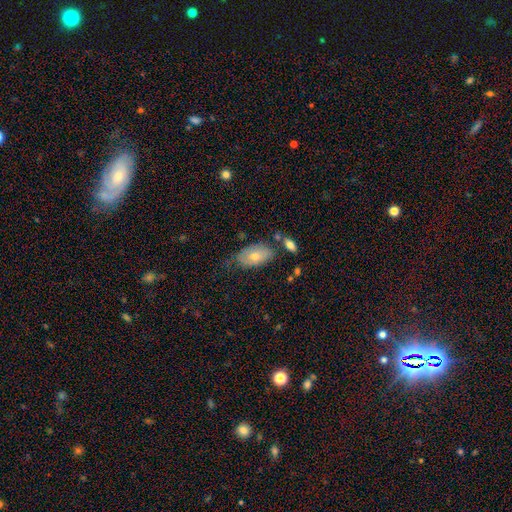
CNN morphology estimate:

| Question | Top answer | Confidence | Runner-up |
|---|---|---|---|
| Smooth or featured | smooth | 64% | featured or disk (28%) |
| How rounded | in between | 91% | round (6%) |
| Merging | none | 59% | minor disturbance (25%) |